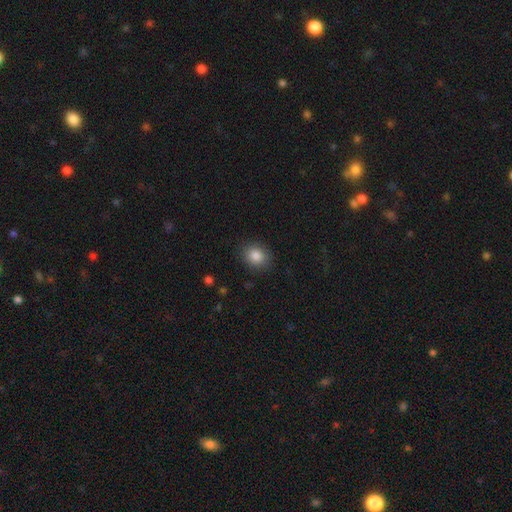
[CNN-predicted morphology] A smooth galaxy with no disk features (86%) that is round (67%).

Vote fractions:
- Smooth or featured? smooth: 86% / star or artifact: 9% / featured or disk: 5%
- How rounded? round: 67% / in between: 32% / cigar-shaped: 1%
- Merging? none: 86% / minor disturbance: 9% / major disturbance: 3% / merger: 1%